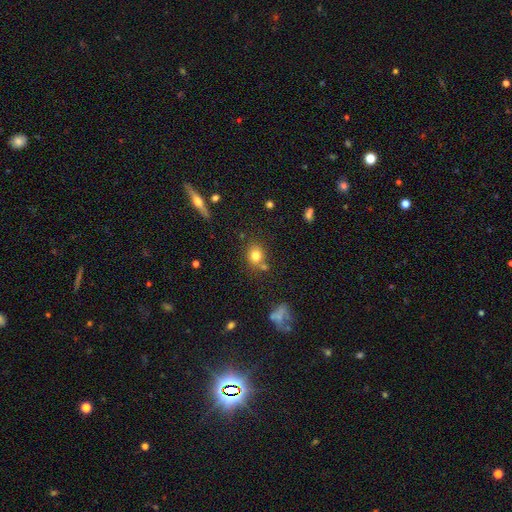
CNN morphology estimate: This appears to be a smooth galaxy with no disk features (77%) that is round (67%). Merging: none (70%).